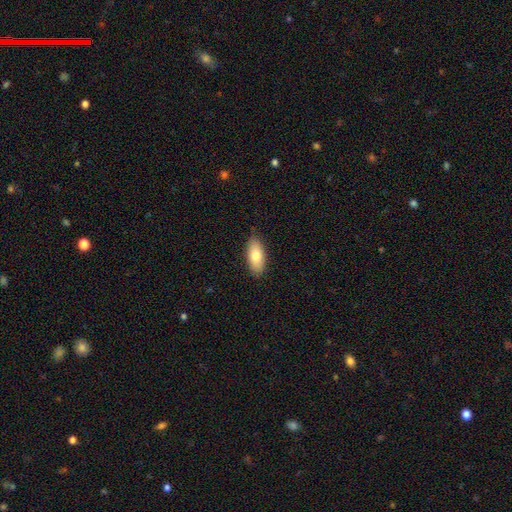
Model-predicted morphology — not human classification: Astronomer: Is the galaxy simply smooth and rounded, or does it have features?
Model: smooth — 78%.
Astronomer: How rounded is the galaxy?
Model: in between — 86%.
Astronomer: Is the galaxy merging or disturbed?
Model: none — 86%.